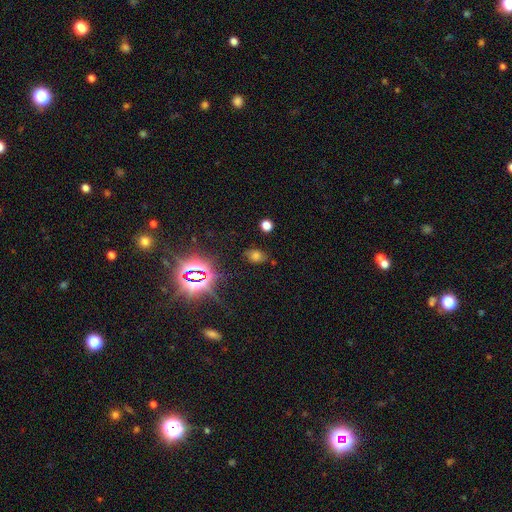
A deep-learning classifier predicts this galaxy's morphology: Smooth or featured?
  - smooth: 50% *
  - star or artifact: 38%
  - featured or disk: 12%
Merging?
  - none: 76% *
  - minor disturbance: 16%
  - major disturbance: 6%
  - merger: 3%